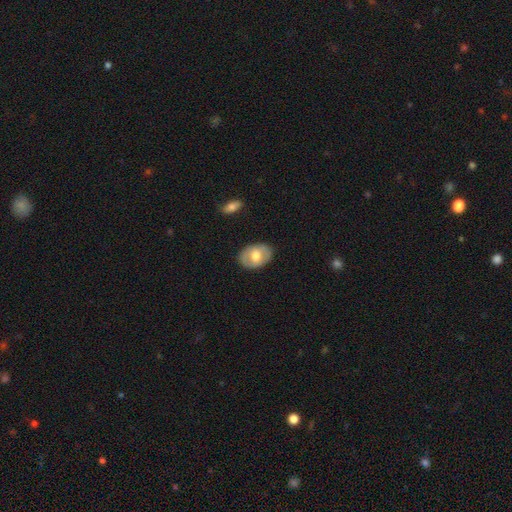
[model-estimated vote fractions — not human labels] This appears to be a smooth galaxy with no disk features (56%) that is in between round and cigar-shaped (80%). Merging: none (84%).